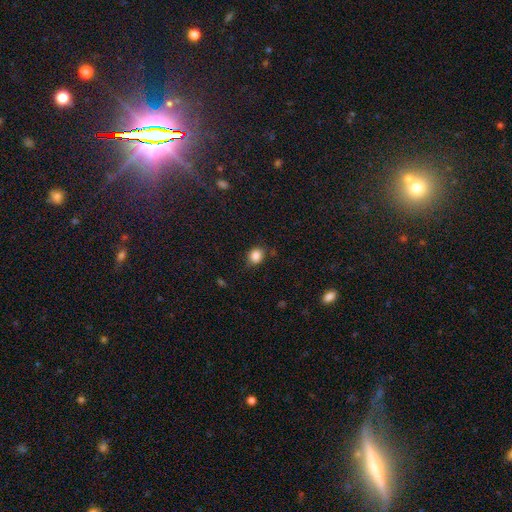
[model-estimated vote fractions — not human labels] smooth 85%, star or artifact 10%, featured or disk 4%. Down the decision tree: how rounded — round (62%); merging — none (78%).